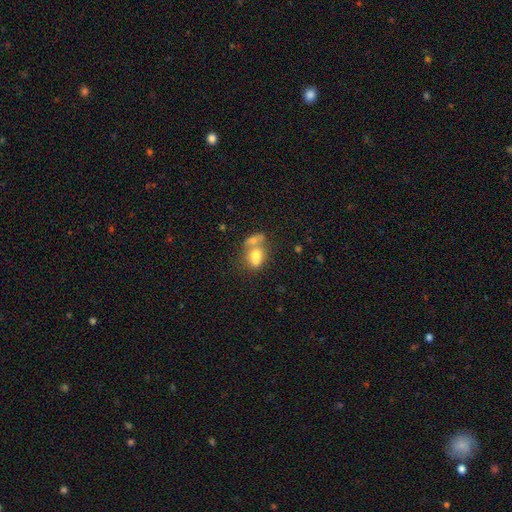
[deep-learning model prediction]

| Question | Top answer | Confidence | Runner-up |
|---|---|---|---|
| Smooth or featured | smooth | 67% | featured or disk (24%) |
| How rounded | in between | 64% | round (33%) |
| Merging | merger | 66% | none (19%) |